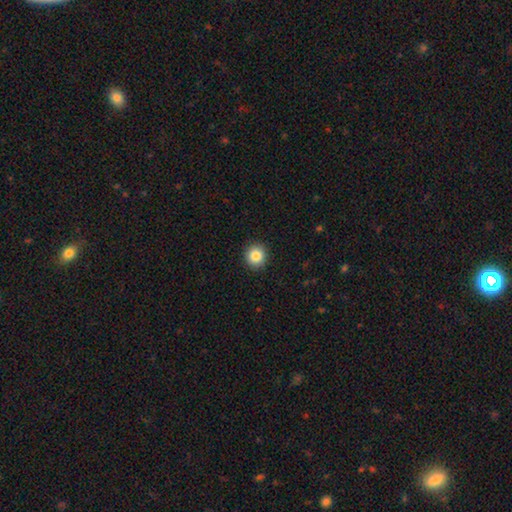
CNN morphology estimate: Smooth or featured? smooth (85%)
How rounded? round (92%)
Merging? none (93%)